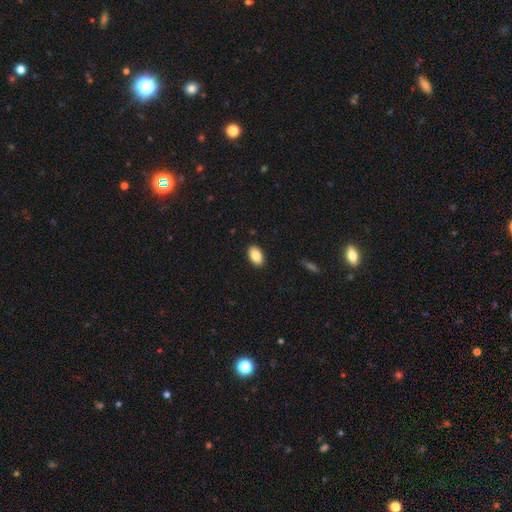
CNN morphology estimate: smooth_or_featured: smooth (p=0.85) [alt: featured or disk p=0.08]
how_rounded: in between (p=0.92) [alt: round p=0.06]
merging: none (p=0.90) [alt: minor disturbance p=0.08]